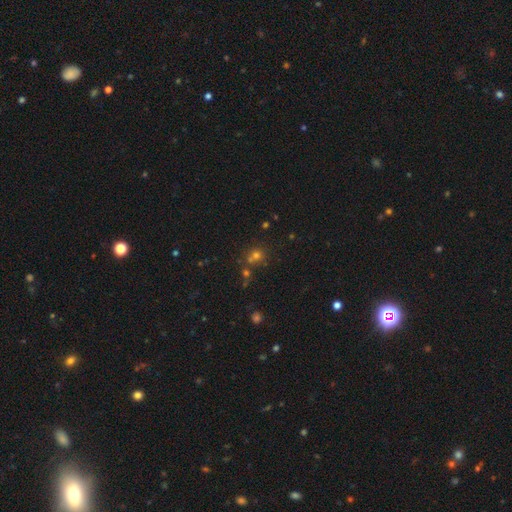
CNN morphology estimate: Smooth or featured?
  - smooth: 55% *
  - star or artifact: 35%
  - featured or disk: 10%
How rounded?
  - round: 84% *
  - in between: 15%
  - cigar-shaped: 1%
Merging?
  - none: 58% *
  - merger: 29%
  - minor disturbance: 9%
  - major disturbance: 4%